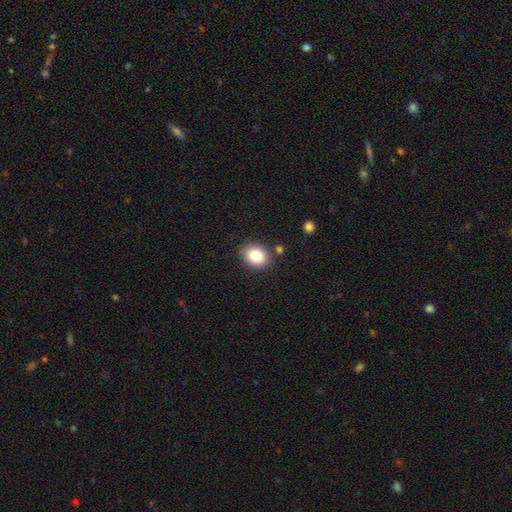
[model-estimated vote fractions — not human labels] smooth 85%, star or artifact 9%, featured or disk 6%. Down the decision tree: how rounded — in between (52%); merging — none (83%).